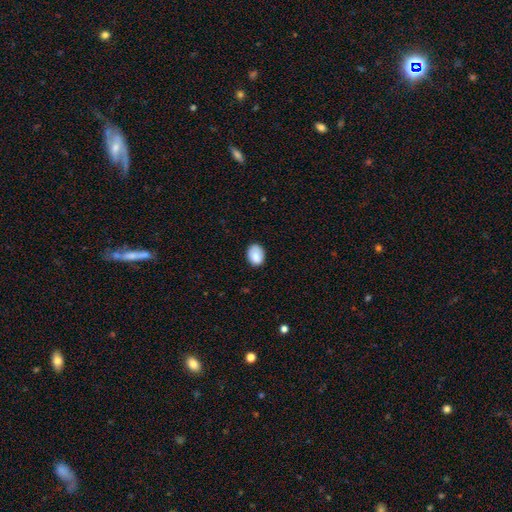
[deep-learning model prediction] Smooth or featured: smooth — 85% (featured or disk — 8%)
How rounded: in between — 61% (round — 38%)
Merging: none — 76% (minor disturbance — 18%)